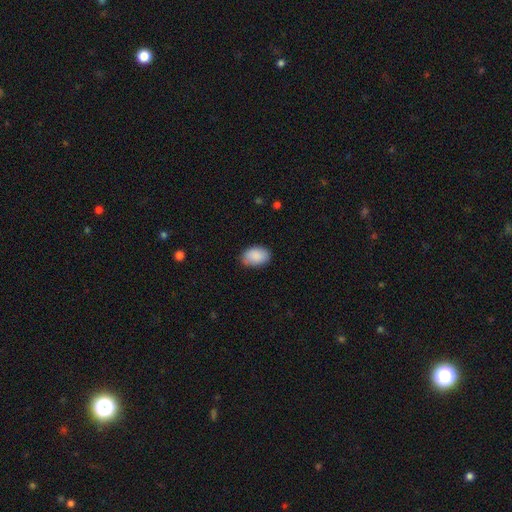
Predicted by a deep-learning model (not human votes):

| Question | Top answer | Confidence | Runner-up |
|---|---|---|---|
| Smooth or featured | smooth | 89% | star or artifact (6%) |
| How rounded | in between | 89% | round (10%) |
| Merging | none | 81% | minor disturbance (15%) |